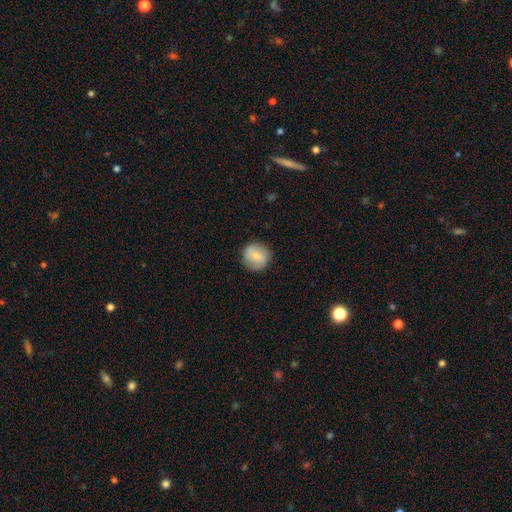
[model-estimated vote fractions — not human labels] A smooth galaxy with no disk features (67%) that is round (92%).

Vote fractions:
- Smooth or featured? smooth: 67% / featured or disk: 25% / star or artifact: 7%
- How rounded? round: 92% / in between: 7% / cigar-shaped: 1%
- Merging? none: 85% / minor disturbance: 11% / major disturbance: 3% / merger: 1%